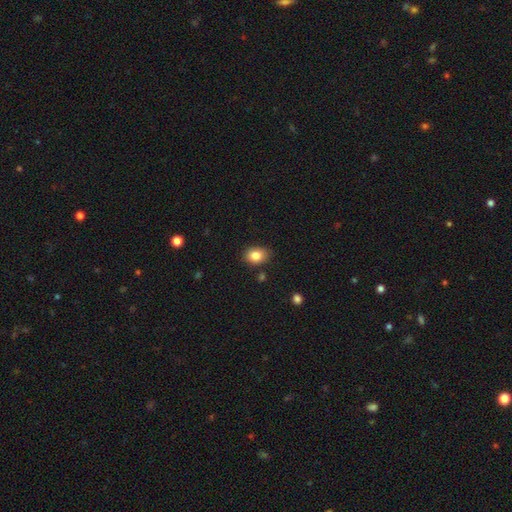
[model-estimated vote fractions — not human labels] A smooth galaxy with no disk features (84%) that is in between round and cigar-shaped (63%).

Vote fractions:
- Smooth or featured? smooth: 84% / star or artifact: 9% / featured or disk: 7%
- How rounded? in between: 63% / round: 36% / cigar-shaped: 1%
- Merging? none: 83% / minor disturbance: 12% / major disturbance: 2% / merger: 2%